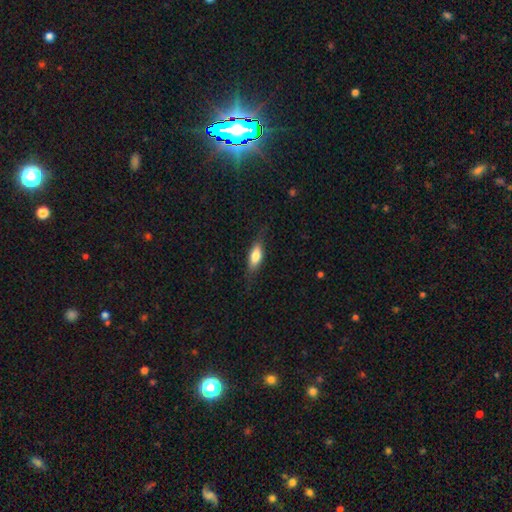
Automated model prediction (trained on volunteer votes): Morphology: type=smooth (72%); roundness=in between (67%); merging=none (76%).